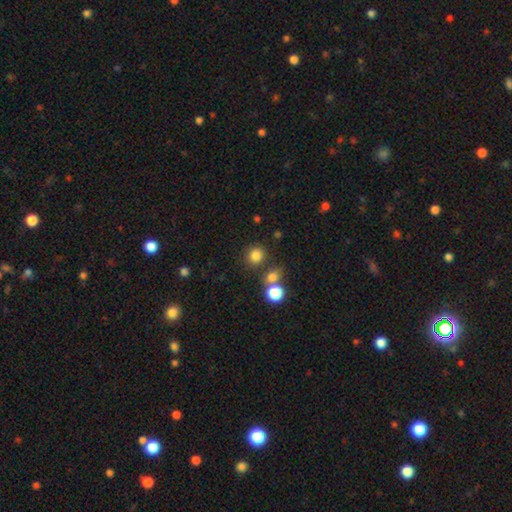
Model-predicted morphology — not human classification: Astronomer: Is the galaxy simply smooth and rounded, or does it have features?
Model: smooth — 80%.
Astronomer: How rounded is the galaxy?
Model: round — 86%.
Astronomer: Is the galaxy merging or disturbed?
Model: none — 77%.